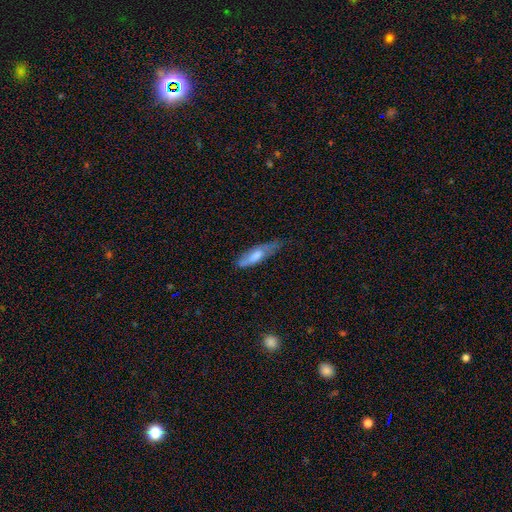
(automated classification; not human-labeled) Morphology: type=smooth (59%); roundness=cigar-shaped (64%); merging=none (53%).